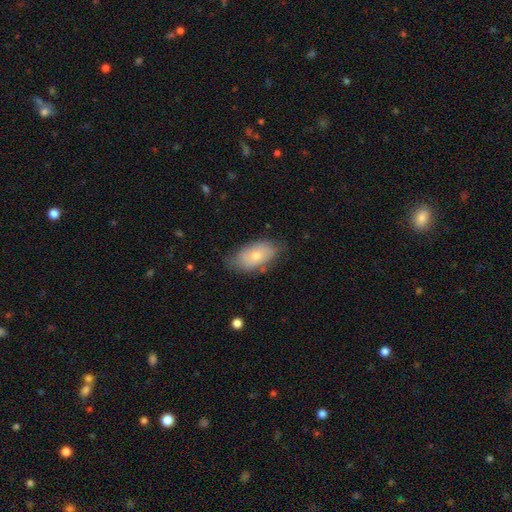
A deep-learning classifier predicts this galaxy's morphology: A smooth galaxy with no disk features (67%) that is in between round and cigar-shaped (93%).

Vote fractions:
- Smooth or featured? smooth: 67% / featured or disk: 27% / star or artifact: 6%
- How rounded? in between: 93% / round: 5% / cigar-shaped: 2%
- Merging? none: 69% / minor disturbance: 24% / major disturbance: 5% / merger: 2%